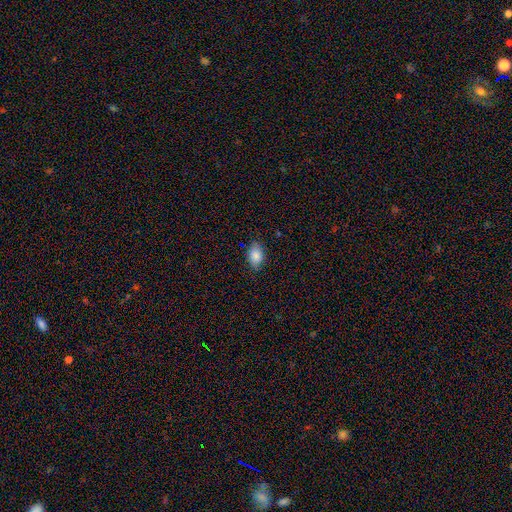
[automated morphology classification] A smooth galaxy with no disk features (86%) that is in between round and cigar-shaped (88%).

Vote fractions:
- Smooth or featured? smooth: 86% / star or artifact: 8% / featured or disk: 6%
- How rounded? in between: 88% / round: 11% / cigar-shaped: 2%
- Merging? none: 81% / minor disturbance: 15% / major disturbance: 3% / merger: 1%